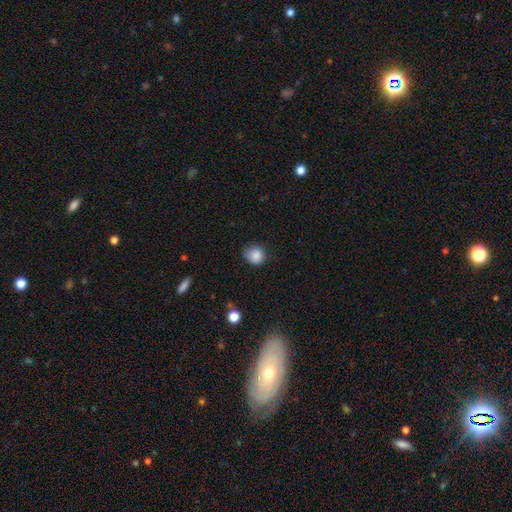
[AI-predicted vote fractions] A smooth galaxy with no disk features (86%) that is round (79%).

Vote fractions:
- Smooth or featured? smooth: 86% / star or artifact: 10% / featured or disk: 5%
- How rounded? round: 79% / in between: 20% / cigar-shaped: 1%
- Merging? none: 66% / minor disturbance: 27% / major disturbance: 5% / merger: 2%